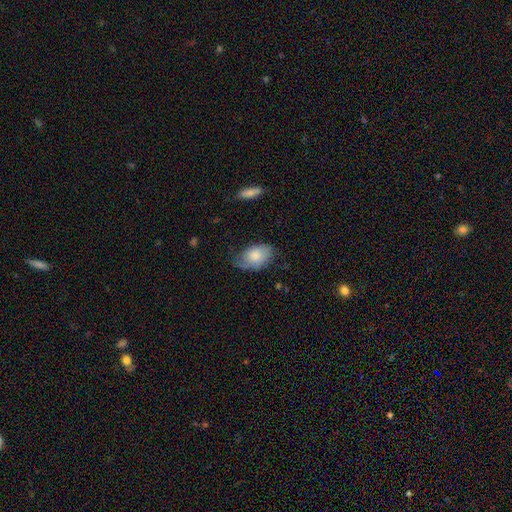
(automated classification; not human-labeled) smooth_or_featured: smooth (p=0.75) [alt: featured or disk p=0.19]
how_rounded: in between (p=0.90) [alt: round p=0.09]
merging: none (p=0.54) [alt: minor disturbance p=0.34]